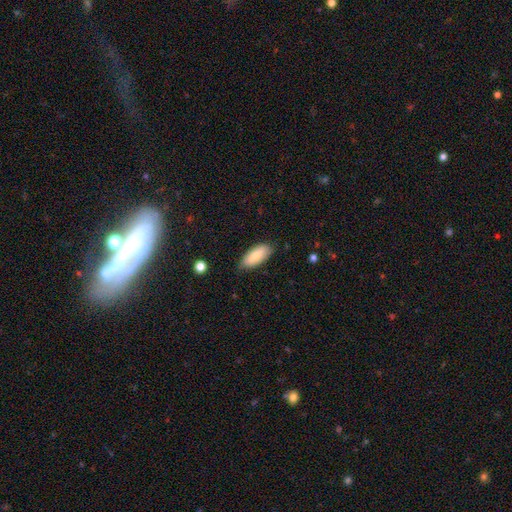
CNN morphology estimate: Smooth or featured: smooth — 78% (featured or disk — 16%)
How rounded: in between — 84% (cigar-shaped — 14%)
Merging: none — 79% (minor disturbance — 17%)